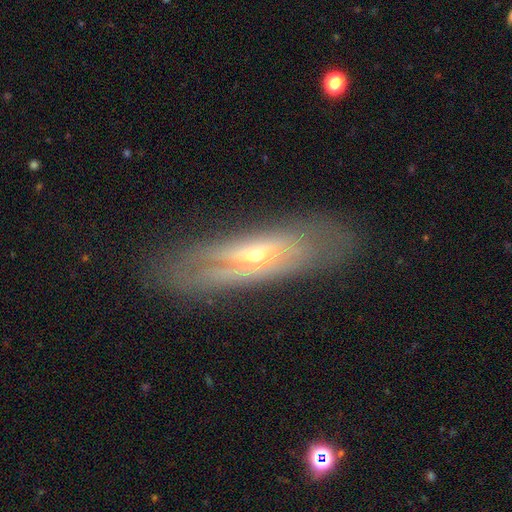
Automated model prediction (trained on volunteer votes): This appears to be a featured or disk galaxy (68%). Merging: none (73%).